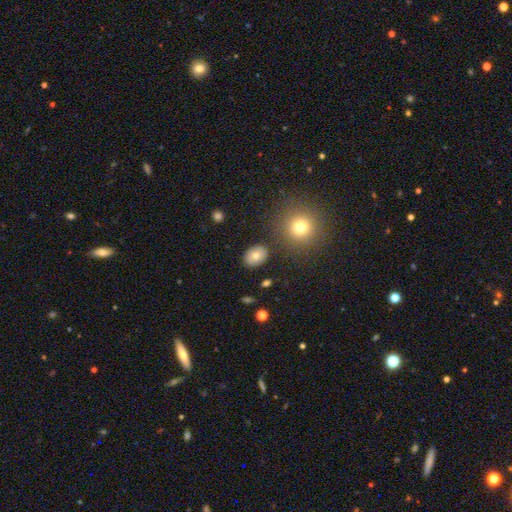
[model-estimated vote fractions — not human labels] Smooth or featured? smooth (75%)
How rounded? in between (65%)
Merging? none (86%)